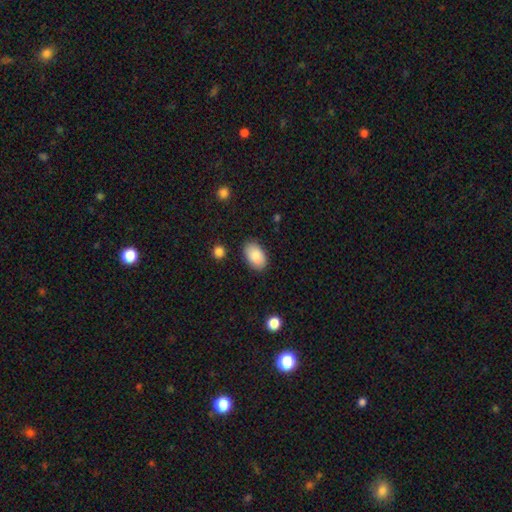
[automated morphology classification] The model was most divided on "merging": none: 84%, minor disturbance: 11%, major disturbance: 3%, merger: 2%. More confident: how rounded — in between (94%); smooth or featured — smooth (88%).